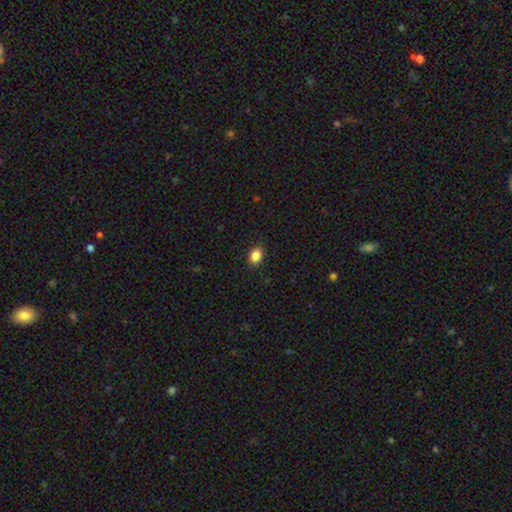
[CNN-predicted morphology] smooth-or-featured: smooth: 87% | star or artifact: 10% | featured or disk: 4%
  how-rounded: in between: 64% | round: 35% | cigar-shaped: 1%
  merging: none: 90% | minor disturbance: 7% | major disturbance: 2% | merger: 1%